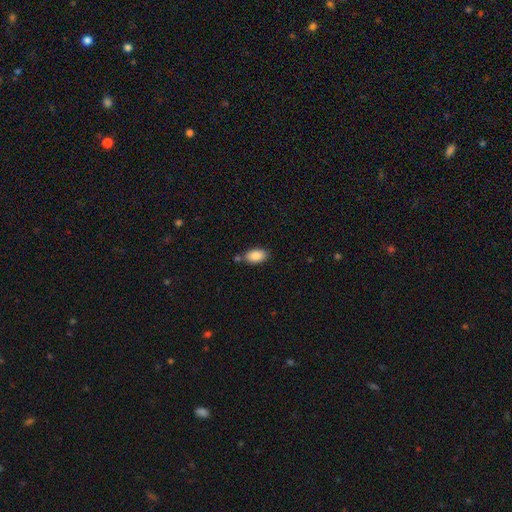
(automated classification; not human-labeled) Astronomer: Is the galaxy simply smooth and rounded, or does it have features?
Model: smooth — 87%.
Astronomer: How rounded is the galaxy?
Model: in between — 92%.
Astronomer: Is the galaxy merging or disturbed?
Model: none — 71%.